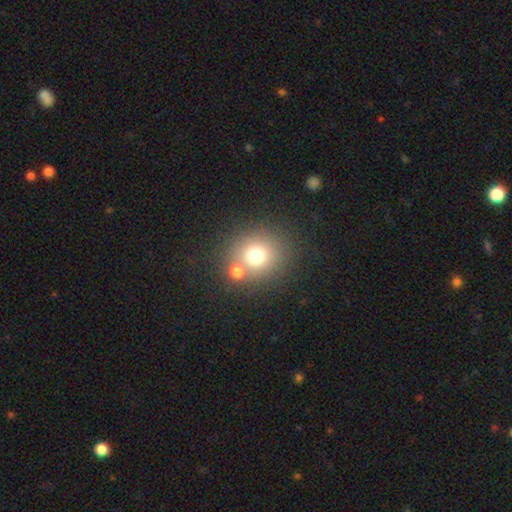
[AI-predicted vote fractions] A smooth galaxy with no disk features (73%) that is round (82%). Merging: none (62%).